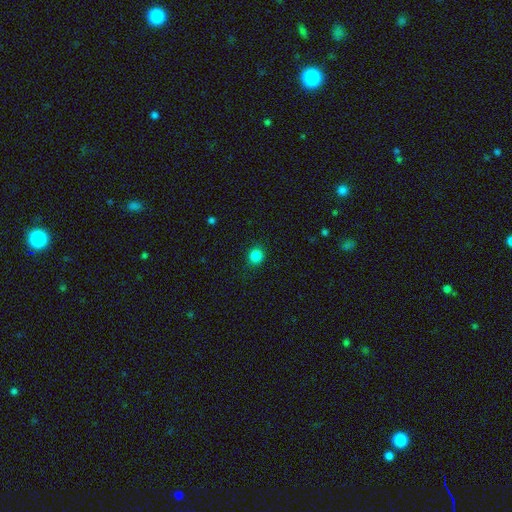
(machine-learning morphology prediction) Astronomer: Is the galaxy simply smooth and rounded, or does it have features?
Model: smooth — 85%.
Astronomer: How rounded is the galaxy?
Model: round — 88%.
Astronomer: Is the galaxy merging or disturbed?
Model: none — 90%.